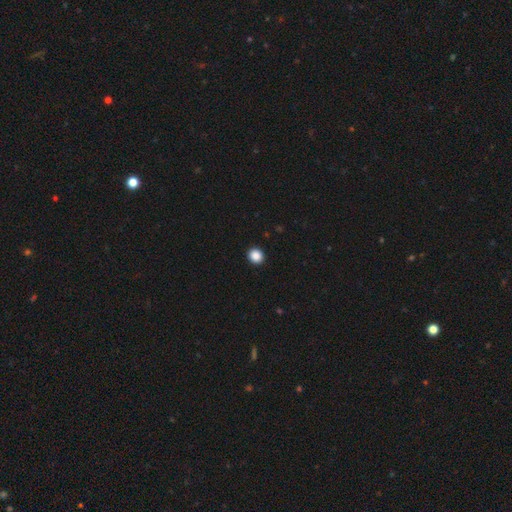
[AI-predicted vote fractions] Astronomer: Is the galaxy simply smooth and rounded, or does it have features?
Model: smooth — 88%.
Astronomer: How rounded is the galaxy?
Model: round — 85%.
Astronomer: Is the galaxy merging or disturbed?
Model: none — 94%.